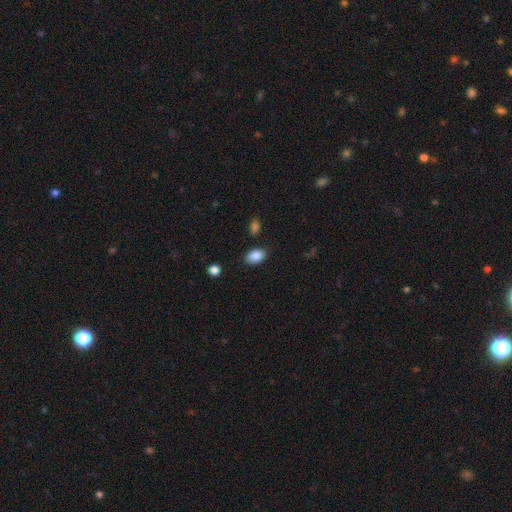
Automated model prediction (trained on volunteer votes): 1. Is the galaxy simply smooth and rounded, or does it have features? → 88% smooth, 8% star or artifact, 4% featured or disk.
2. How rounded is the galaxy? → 87% in between, 12% round, 1% cigar-shaped.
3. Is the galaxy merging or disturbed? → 84% none, 11% minor disturbance, 3% major disturbance, 2% merger.